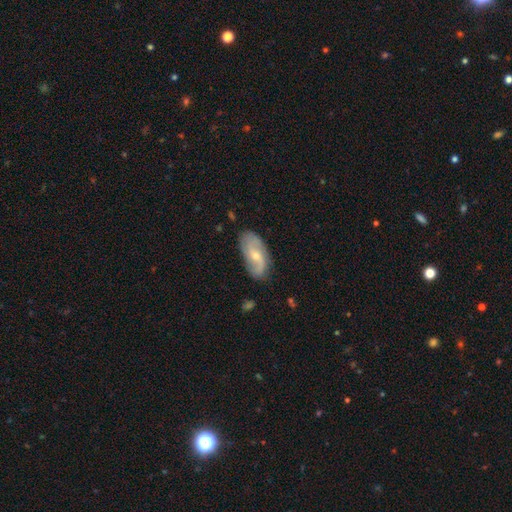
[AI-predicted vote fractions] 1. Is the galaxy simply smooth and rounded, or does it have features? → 69% featured or disk, 25% smooth, 6% star or artifact.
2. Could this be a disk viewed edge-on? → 94% no, 6% yes.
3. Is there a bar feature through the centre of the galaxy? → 50% no, 40% weak, 10% strong.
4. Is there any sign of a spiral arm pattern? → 90% yes, 10% no.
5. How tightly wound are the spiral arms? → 56% loose, 31% medium, 13% tight.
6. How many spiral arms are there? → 82% 2, 9% can't tell, 3% 3, 3% 1, 1% 4, 1% more than 4.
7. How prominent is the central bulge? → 58% small, 38% moderate, 2% none, 1% large, 1% dominant.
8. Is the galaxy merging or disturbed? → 78% none, 17% minor disturbance, 4% major disturbance, 2% merger.